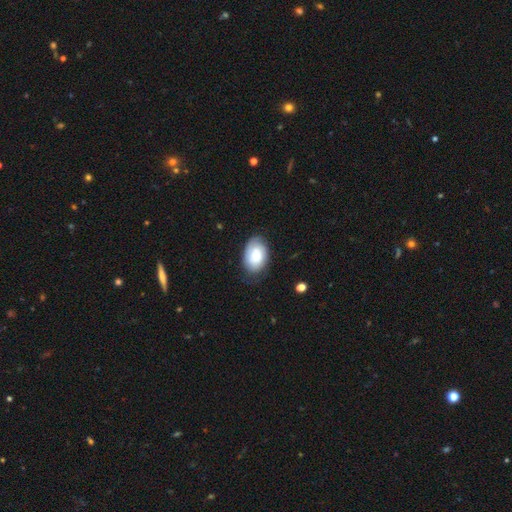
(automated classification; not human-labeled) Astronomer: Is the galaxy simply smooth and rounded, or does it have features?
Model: smooth — 70%.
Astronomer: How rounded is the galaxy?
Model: in between — 89%.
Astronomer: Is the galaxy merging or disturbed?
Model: none — 69%.